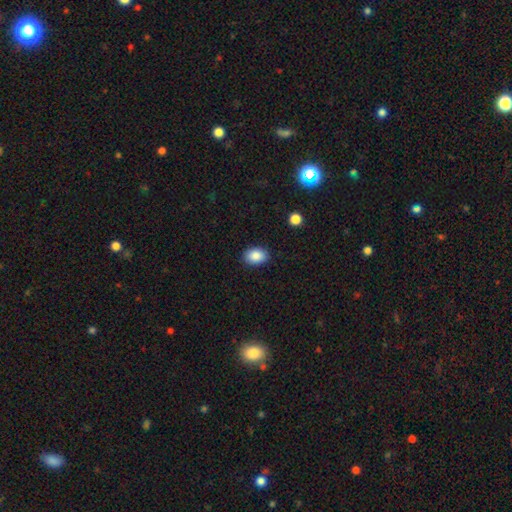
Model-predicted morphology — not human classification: smooth 88%, star or artifact 8%, featured or disk 4%. Down the decision tree: how rounded — in between (80%); merging — none (87%).